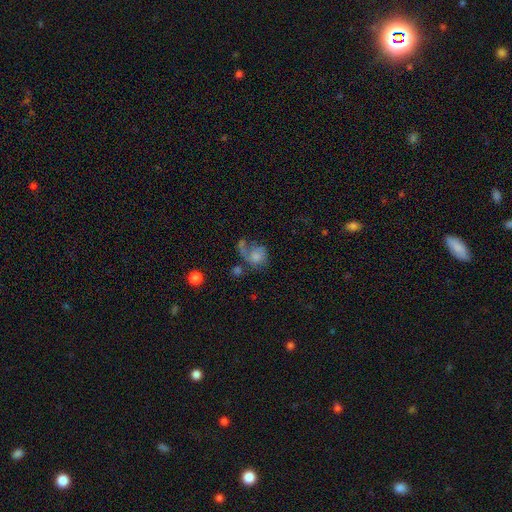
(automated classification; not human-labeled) Smooth or featured: smooth — 48% (featured or disk — 41%)
Merging: major disturbance — 42% (none — 27%)